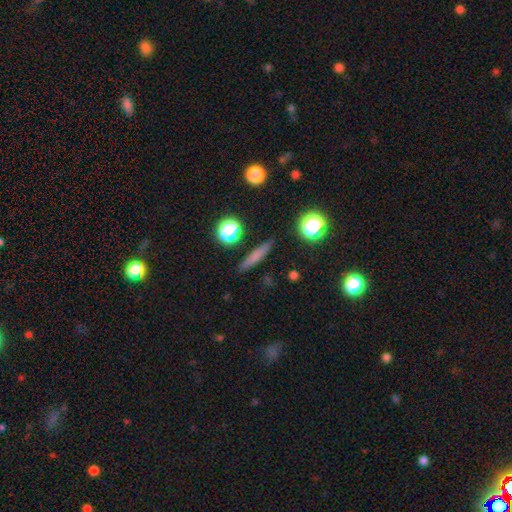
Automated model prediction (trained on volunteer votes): A smooth galaxy with no disk features (64%) that is cigar-shaped (86%).

Vote fractions:
- Smooth or featured? smooth: 64% / featured or disk: 24% / star or artifact: 12%
- How rounded? cigar-shaped: 86% / in between: 7% / round: 7%
- Merging? none: 89% / minor disturbance: 8% / major disturbance: 2% / merger: 2%